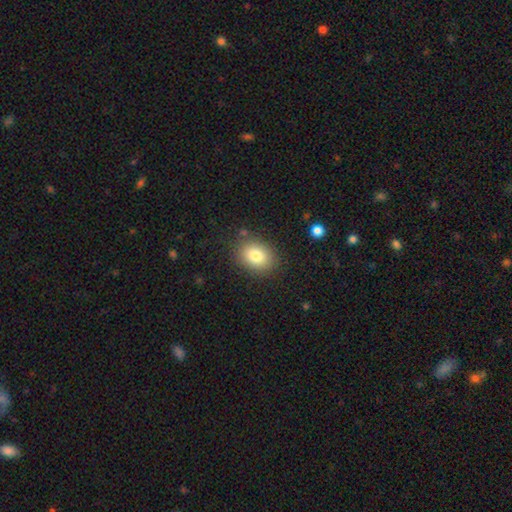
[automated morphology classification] smooth 81%, star or artifact 10%, featured or disk 9%. Down the decision tree: how rounded — in between (62%); merging — none (84%).